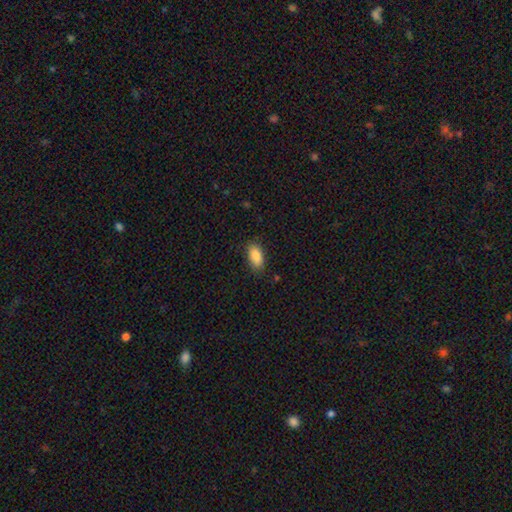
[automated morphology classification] smooth-or-featured: smooth: 88% | star or artifact: 7% | featured or disk: 5%
  how-rounded: in between: 91% | cigar-shaped: 6% | round: 3%
  merging: none: 83% | minor disturbance: 13% | major disturbance: 3% | merger: 1%